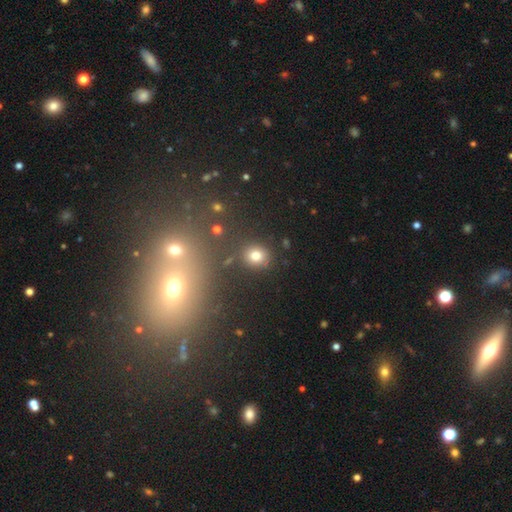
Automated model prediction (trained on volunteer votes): Smooth or featured: smooth — 77% (star or artifact — 15%)
How rounded: round — 75% (in between — 24%)
Merging: none — 84% (minor disturbance — 9%)